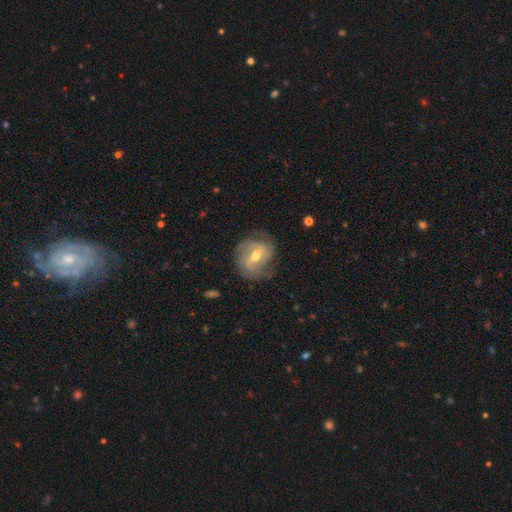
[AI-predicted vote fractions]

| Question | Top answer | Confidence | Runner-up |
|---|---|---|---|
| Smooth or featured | featured or disk | 80% | smooth (14%) |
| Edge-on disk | no | 97% | yes (3%) |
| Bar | weak | 49% | strong (34%) |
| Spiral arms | yes | 90% | no (10%) |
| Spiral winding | tight | 43% | medium (40%) |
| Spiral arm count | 2 | 55% | can't tell (20%) |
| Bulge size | moderate | 63% | small (33%) |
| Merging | none | 68% | minor disturbance (20%) |